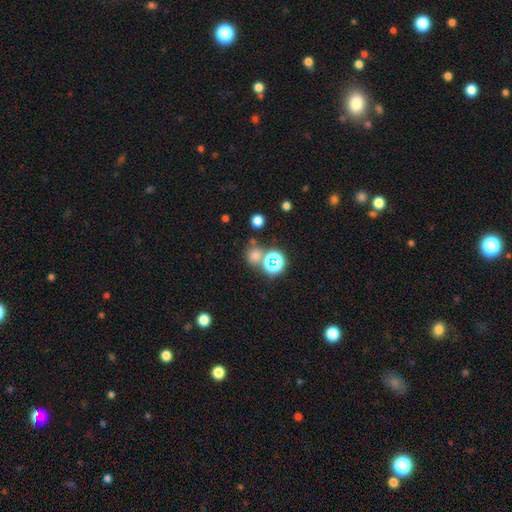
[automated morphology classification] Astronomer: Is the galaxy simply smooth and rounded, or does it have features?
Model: smooth — 62%.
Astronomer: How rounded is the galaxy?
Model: round — 81%.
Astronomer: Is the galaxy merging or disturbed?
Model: none — 64%.